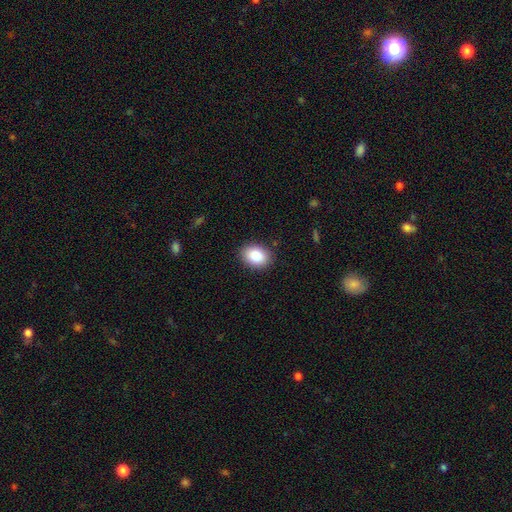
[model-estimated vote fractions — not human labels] This is clearly a smooth galaxy (87%). How rounded: likely in between (73%). Merging: clearly none (88%).